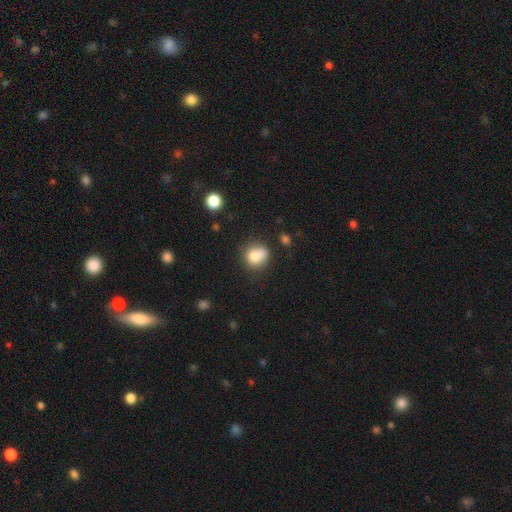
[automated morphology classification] This appears to be a smooth galaxy with no disk features (77%) that is round (74%). Merging: none (48%).